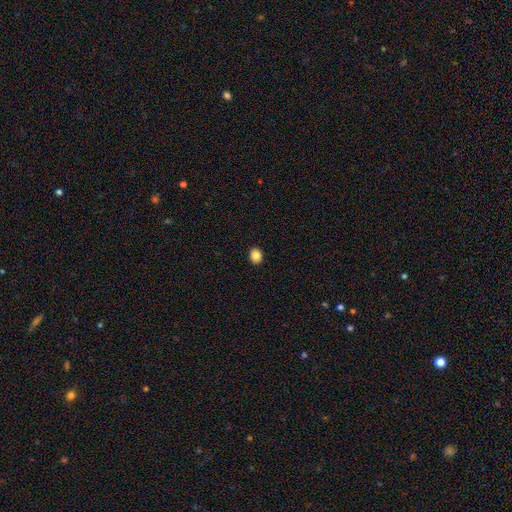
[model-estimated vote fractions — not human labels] A smooth galaxy with no disk features (85%) that is round (59%). Merging: none (92%).